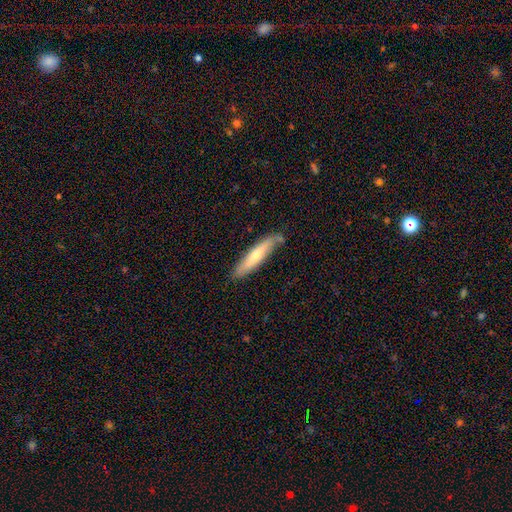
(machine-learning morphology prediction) A smooth galaxy with no disk features (57%) that is cigar-shaped (85%). Merging: none (74%).